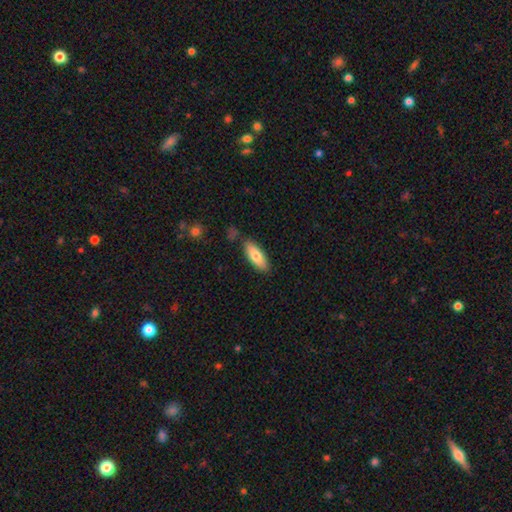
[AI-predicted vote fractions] smooth 77%, featured or disk 17%, star or artifact 6%. Down the decision tree: how rounded — in between (74%); merging — none (82%).